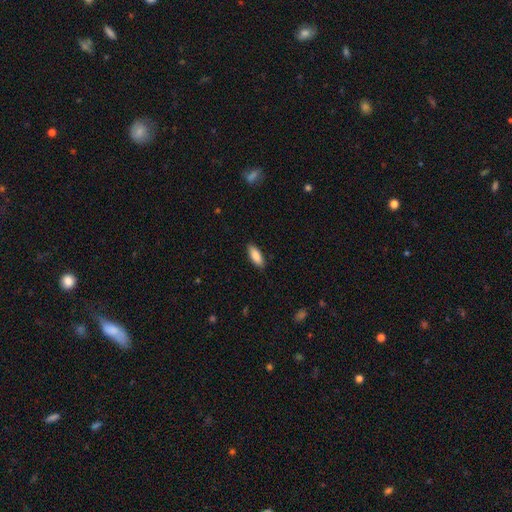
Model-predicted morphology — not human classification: Smooth or featured? Predicted: smooth (p=0.85). How rounded? Predicted: in between (p=0.72). Merging? Predicted: none (p=0.88).